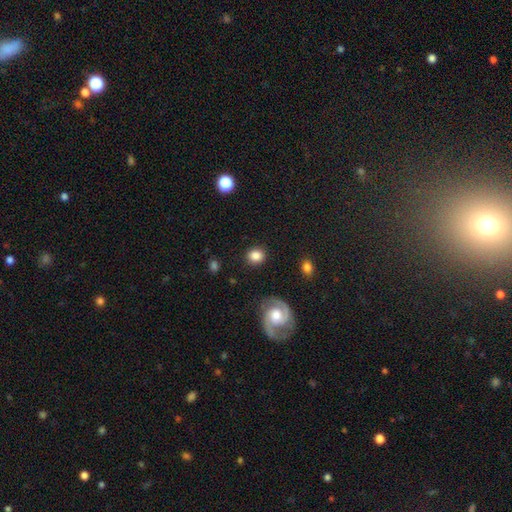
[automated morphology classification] smooth 82%, featured or disk 10%, star or artifact 9%. Down the decision tree: how rounded — round (79%); merging — none (87%).